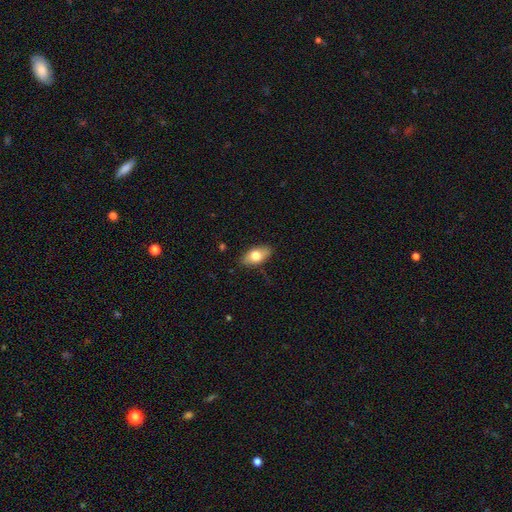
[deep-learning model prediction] This is likely a smooth galaxy (72%). How rounded: clearly in between (90%). Merging: clearly none (84%).